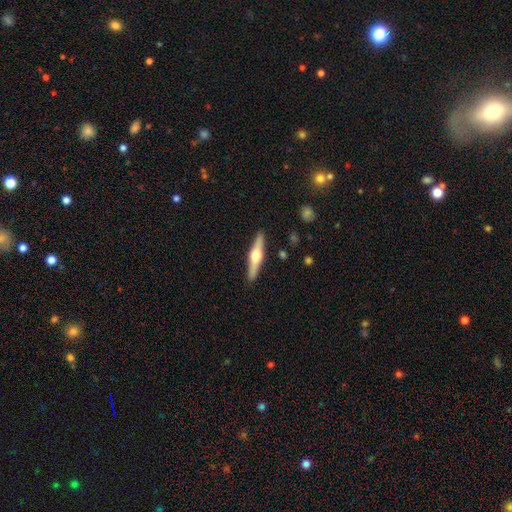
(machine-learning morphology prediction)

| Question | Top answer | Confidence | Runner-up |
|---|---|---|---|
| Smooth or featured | featured or disk | 62% | smooth (33%) |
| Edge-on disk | yes | 96% | no (4%) |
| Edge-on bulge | rounded | 94% | boxy (4%) |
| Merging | none | 90% | minor disturbance (7%) |